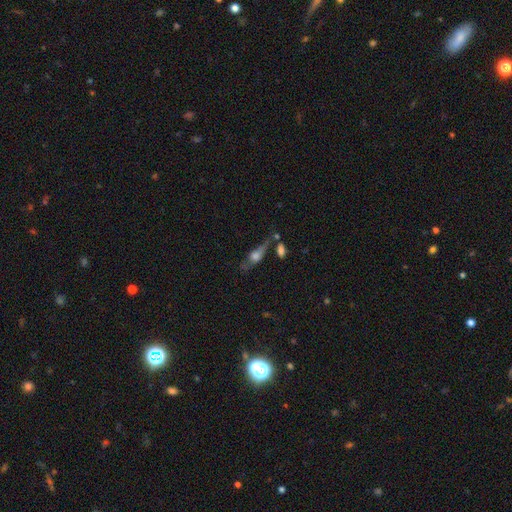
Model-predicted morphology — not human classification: This is possibly a featured or disk galaxy (48%). Merging: possibly none (49%).